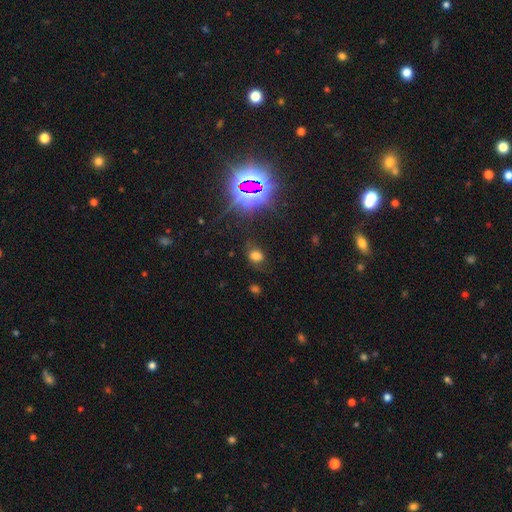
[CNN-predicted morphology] Smooth or featured? Predicted: smooth (p=0.58). How rounded? Predicted: in between (p=0.52). Merging? Predicted: none (p=0.67).